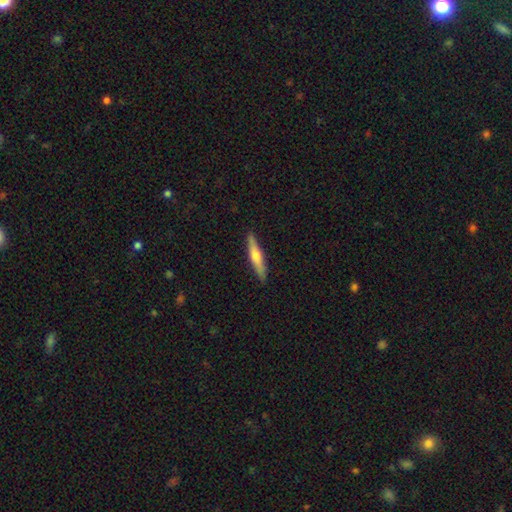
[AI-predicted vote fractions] Q: Smooth or featured?
A: featured or disk (50%); runner-up: smooth (44%)
Q: Edge-on disk?
A: yes (96%); runner-up: no (4%)
Q: Merging?
A: none (90%); runner-up: minor disturbance (7%)